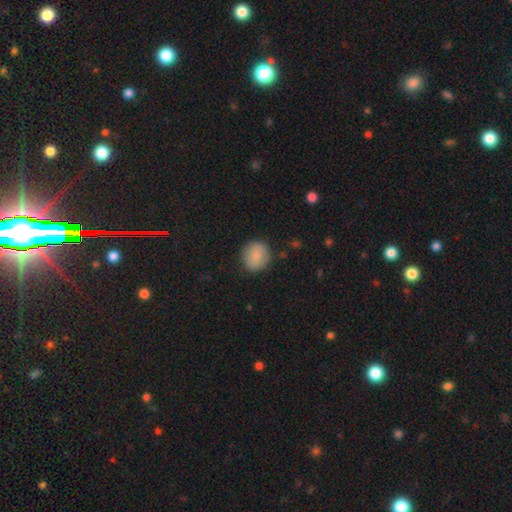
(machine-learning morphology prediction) A smooth galaxy with no disk features (86%) that is round (86%).

Vote fractions:
- Smooth or featured? smooth: 86% / star or artifact: 8% / featured or disk: 7%
- How rounded? round: 86% / in between: 13% / cigar-shaped: 1%
- Merging? none: 85% / minor disturbance: 11% / major disturbance: 3% / merger: 1%